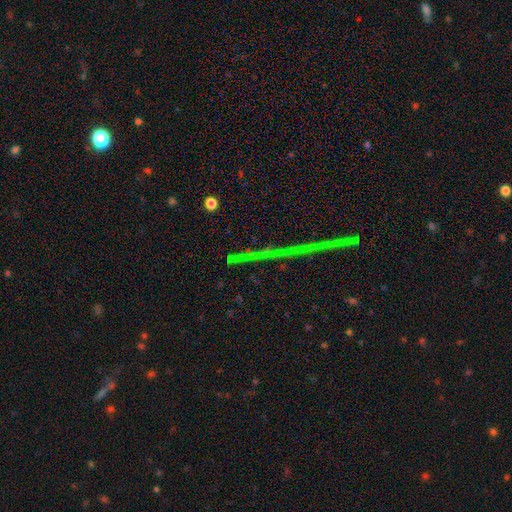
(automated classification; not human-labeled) smooth_or_featured: star or artifact (p=0.66) [alt: featured or disk p=0.22]